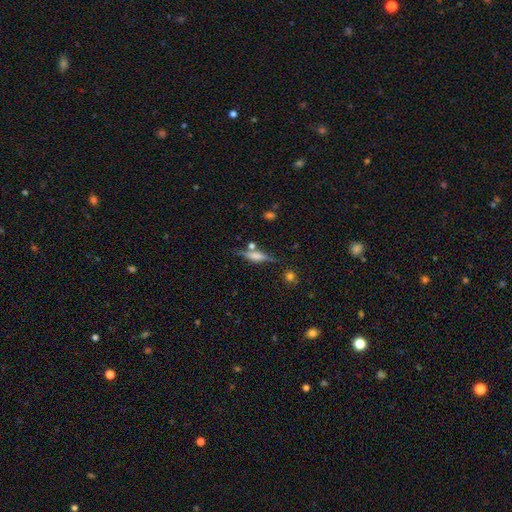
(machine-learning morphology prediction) featured or disk 59%, smooth 32%, star or artifact 9%. Down the decision tree: edge-on disk — yes (94%); edge-on bulge — rounded (61%); merging — none (74%).